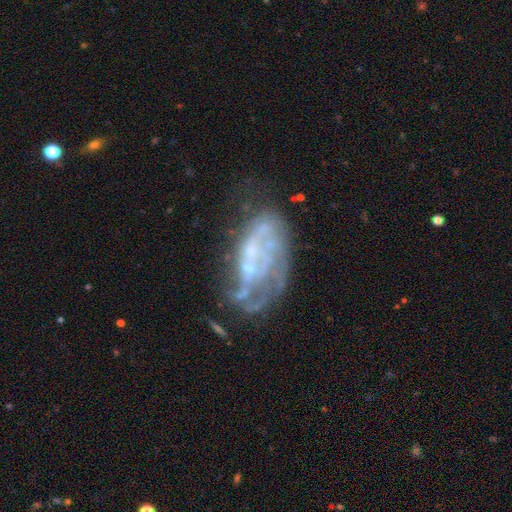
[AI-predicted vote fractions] A featured or disk galaxy (72%) with no bar (76%), no spiral arms (51%) and a small central bulge (44%). Merging: none (40%).